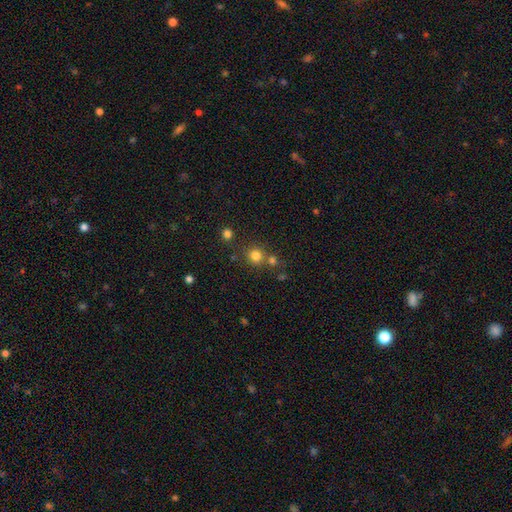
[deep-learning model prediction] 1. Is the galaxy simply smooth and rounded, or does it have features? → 78% smooth, 16% star or artifact, 6% featured or disk.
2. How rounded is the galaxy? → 89% round, 10% in between, 1% cigar-shaped.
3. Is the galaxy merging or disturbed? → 67% none, 21% merger, 8% minor disturbance, 3% major disturbance.